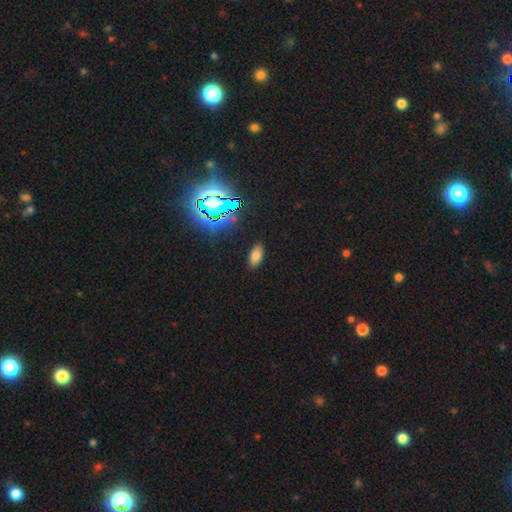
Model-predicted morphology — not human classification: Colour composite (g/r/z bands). It shows a smooth galaxy with no disk features (73%) that is in between round and cigar-shaped (90%). Merging: none (87%).